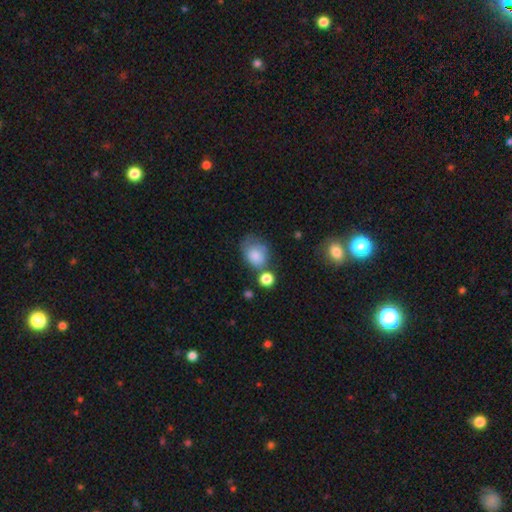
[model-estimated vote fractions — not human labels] smooth 79%, featured or disk 12%, star or artifact 9%. Down the decision tree: how rounded — in between (60%); merging — none (41%).